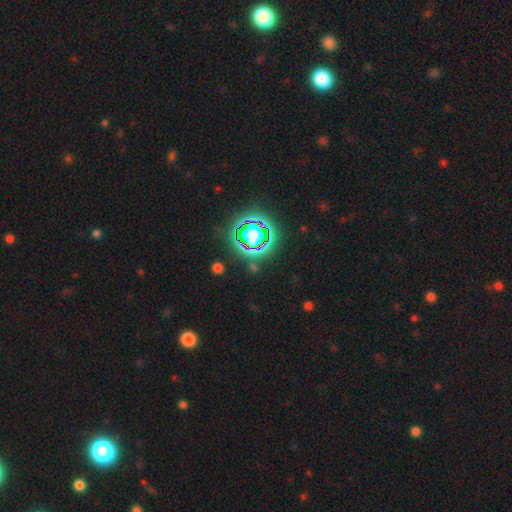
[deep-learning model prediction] smooth-or-featured: star or artifact: 82% | smooth: 12% | featured or disk: 7%